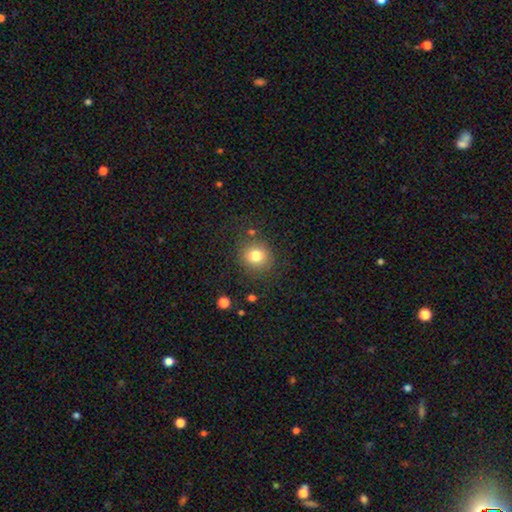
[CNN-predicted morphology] This is clearly a smooth galaxy (80%). How rounded: clearly round (87%). Merging: clearly none (83%).